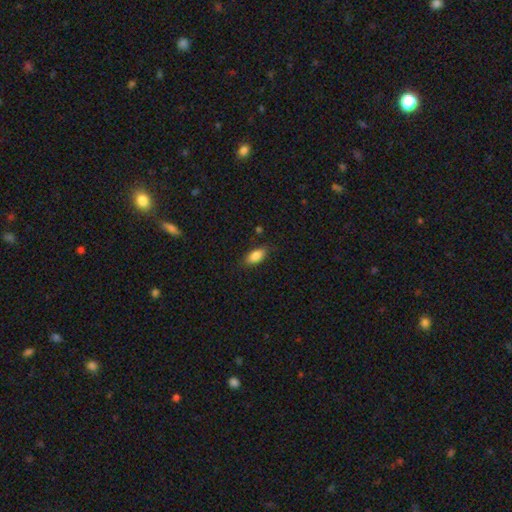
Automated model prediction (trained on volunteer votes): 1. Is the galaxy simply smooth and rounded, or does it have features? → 85% smooth, 8% featured or disk, 7% star or artifact.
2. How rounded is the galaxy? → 87% in between, 10% cigar-shaped, 3% round.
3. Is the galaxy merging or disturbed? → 83% none, 13% minor disturbance, 3% major disturbance, 1% merger.